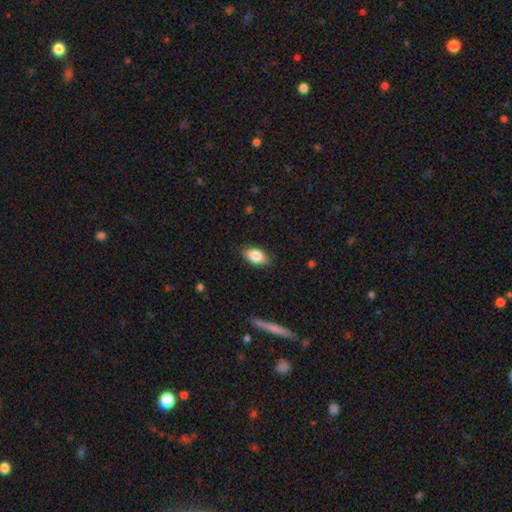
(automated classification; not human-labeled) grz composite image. It shows a smooth galaxy with no disk features (84%) that is in between round and cigar-shaped (90%). Merging: none (85%).